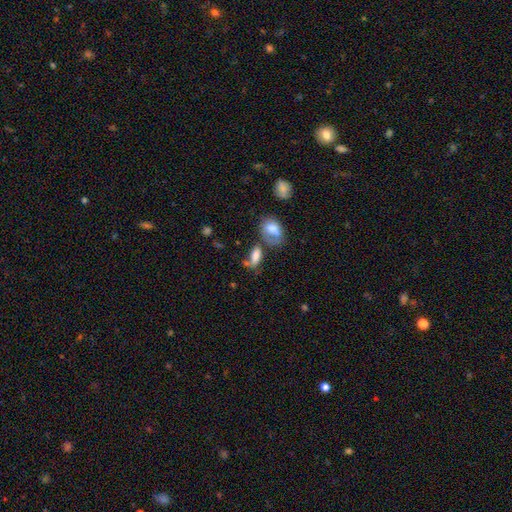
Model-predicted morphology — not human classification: Q: Smooth or featured?
A: smooth (76%); runner-up: featured or disk (15%)
Q: How rounded?
A: in between (83%); runner-up: cigar-shaped (11%)
Q: Merging?
A: none (43%); runner-up: merger (23%)